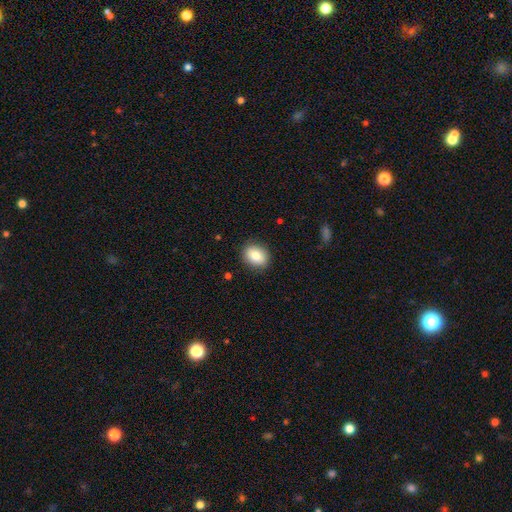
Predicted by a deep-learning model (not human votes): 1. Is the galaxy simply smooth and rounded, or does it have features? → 82% smooth, 10% featured or disk, 8% star or artifact.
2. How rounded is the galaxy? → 54% in between, 45% round, 1% cigar-shaped.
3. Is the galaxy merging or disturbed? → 87% none, 9% minor disturbance, 2% major disturbance, 1% merger.